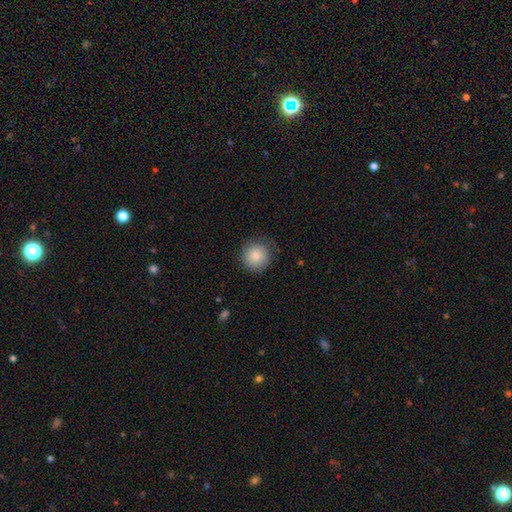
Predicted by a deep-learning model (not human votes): Smooth or featured? smooth (85%)
How rounded? round (94%)
Merging? none (83%)